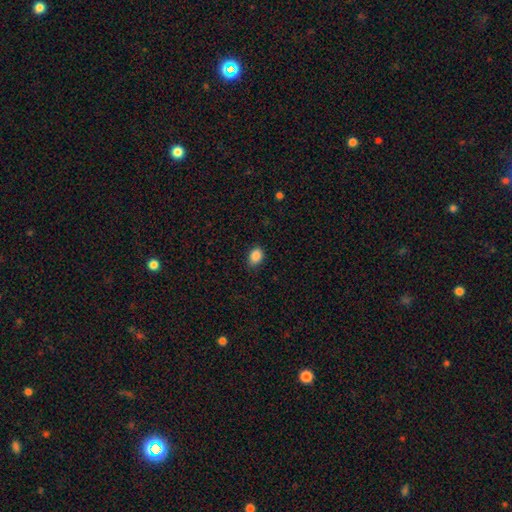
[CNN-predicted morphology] smooth_or_featured: smooth (p=0.88) [alt: star or artifact p=0.09]
how_rounded: in between (p=0.70) [alt: round p=0.29]
merging: none (p=0.81) [alt: minor disturbance p=0.15]